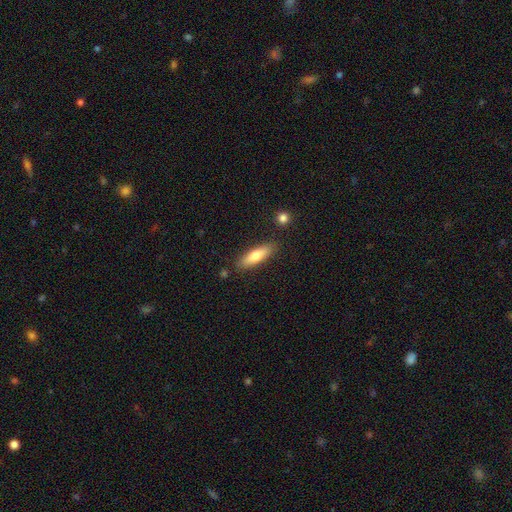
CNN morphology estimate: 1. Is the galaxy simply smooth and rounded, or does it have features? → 75% smooth, 19% featured or disk, 6% star or artifact.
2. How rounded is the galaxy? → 59% cigar-shaped, 39% in between, 2% round.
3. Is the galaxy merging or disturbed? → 84% none, 11% minor disturbance, 3% merger, 2% major disturbance.